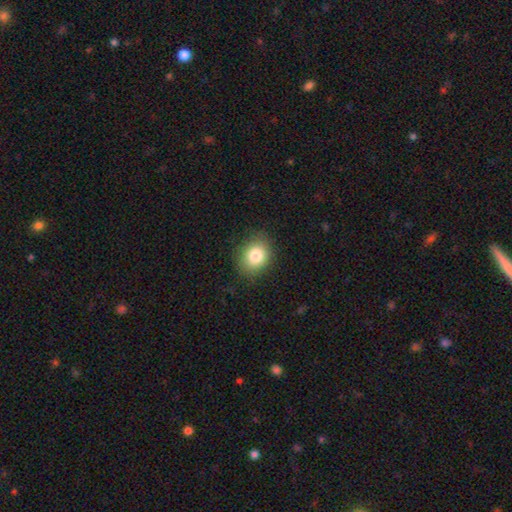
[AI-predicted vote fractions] Morphology: type=smooth (83%); roundness=round (53%); merging=none (84%).